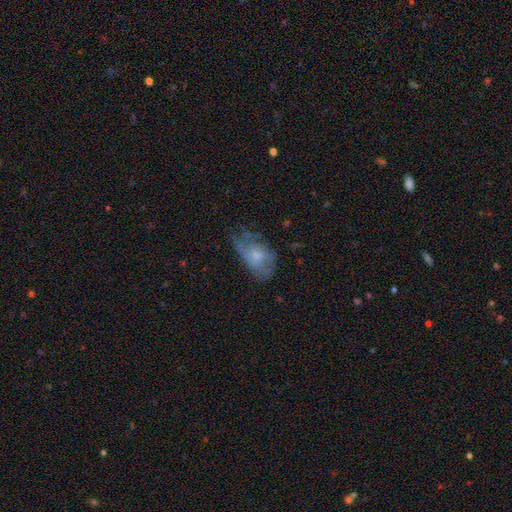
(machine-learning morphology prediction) A smooth galaxy with no disk features (48%). Merging: none (36%).